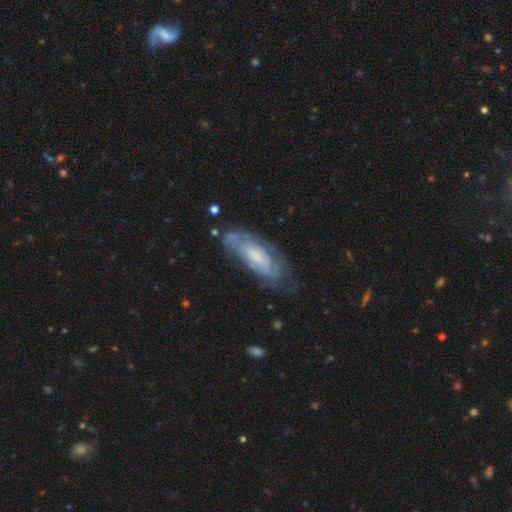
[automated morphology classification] Overall: featured or disk (65%; smooth 29%). Edge-on disk: no (84%). Bar: no (65%; weak 29%). Spiral arms: yes (75%). Bulge size: small (42%; moderate 38%). Merging: none (61%; minor disturbance 25%).